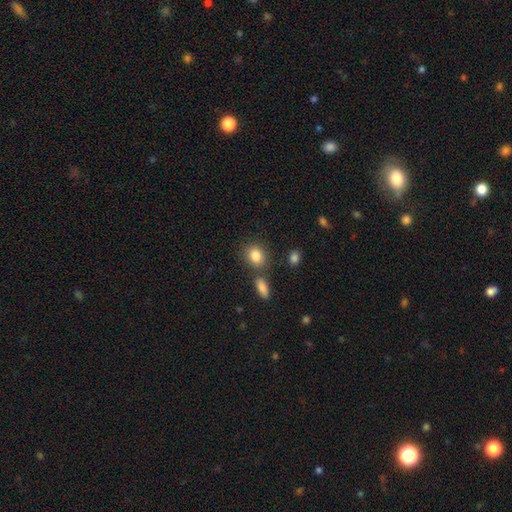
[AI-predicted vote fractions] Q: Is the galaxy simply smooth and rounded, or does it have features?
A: smooth — 85%.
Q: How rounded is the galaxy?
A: in between — 54%.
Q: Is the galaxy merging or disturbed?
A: none — 72%.